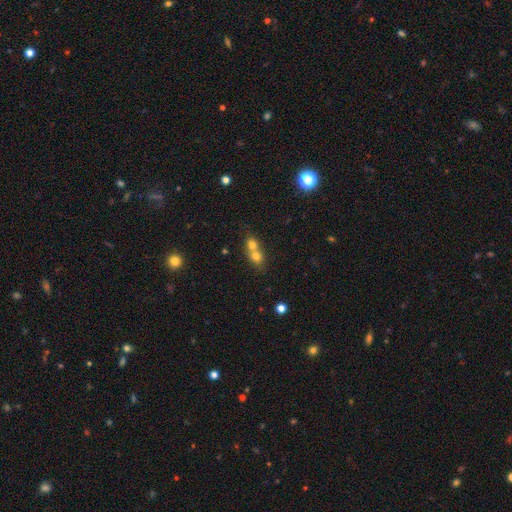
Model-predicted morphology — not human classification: Smooth or featured: smooth — 71% (featured or disk — 15%)
How rounded: round — 68% (in between — 30%)
Merging: merger — 67% (none — 27%)